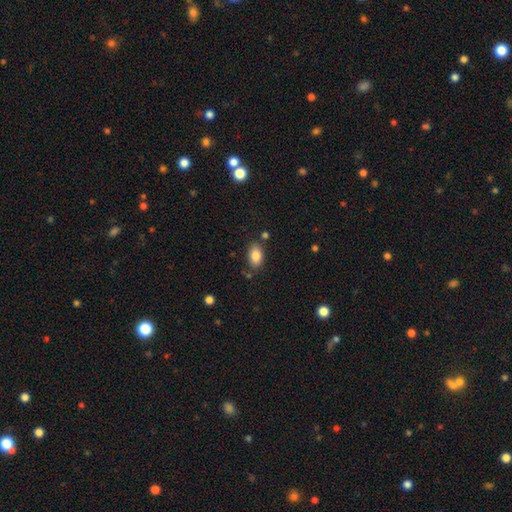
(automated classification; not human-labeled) Smooth or featured? smooth (85%)
How rounded? in between (90%)
Merging? none (78%)